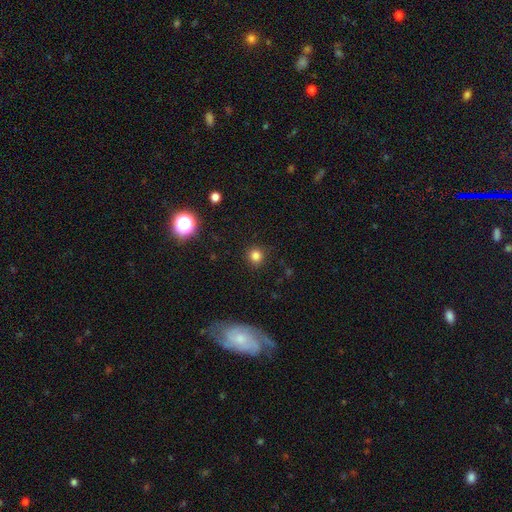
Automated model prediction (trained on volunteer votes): smooth 82%, star or artifact 13%, featured or disk 5%. Down the decision tree: how rounded — round (92%); merging — none (90%).